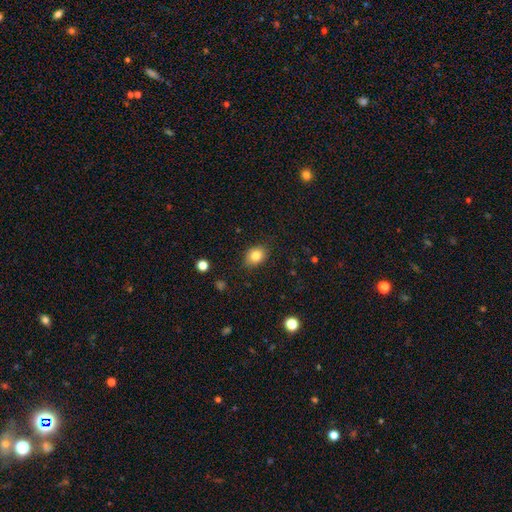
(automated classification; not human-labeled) This is clearly a smooth galaxy (83%). How rounded: possibly in between (52%). Merging: clearly none (83%).